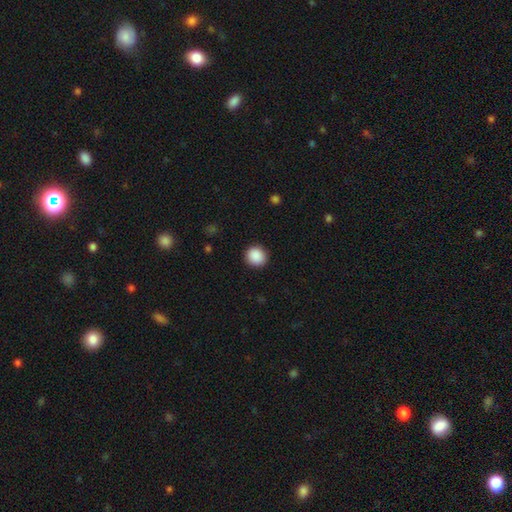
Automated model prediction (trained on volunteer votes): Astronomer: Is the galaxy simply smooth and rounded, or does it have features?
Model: smooth — 89%.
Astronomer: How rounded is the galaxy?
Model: round — 90%.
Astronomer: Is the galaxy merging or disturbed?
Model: none — 91%.